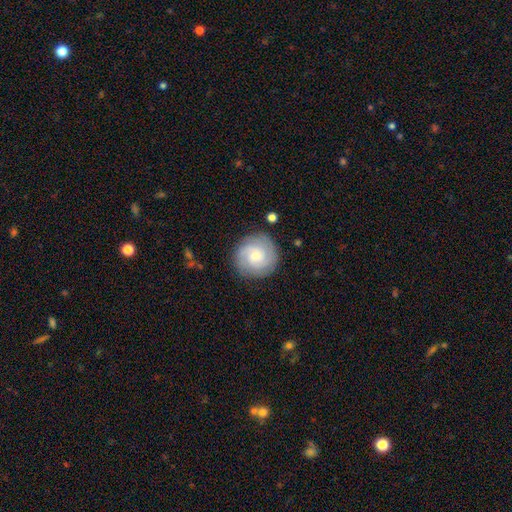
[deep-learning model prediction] Overall: featured or disk (64%; smooth 29%). Edge-on disk: no (98%). Bar: no (71%). Spiral arms: yes (93%). Spiral arm count: 3 (30%; 2 29%). Spiral winding: tight (63%; medium 30%). Bulge size: small (59%; moderate 36%). Merging: none (85%).